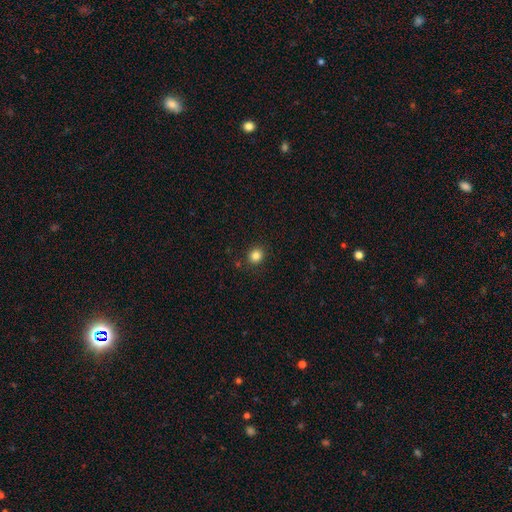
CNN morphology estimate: The model was most divided on "how rounded": round: 79%, in between: 21%, cigar-shaped: 1%. More confident: merging — none (89%); smooth or featured — smooth (84%).